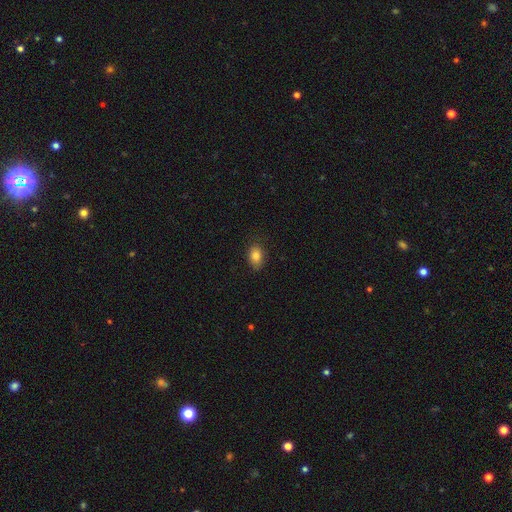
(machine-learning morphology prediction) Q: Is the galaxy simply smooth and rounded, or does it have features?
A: smooth — 84%.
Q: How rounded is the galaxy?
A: in between — 84%.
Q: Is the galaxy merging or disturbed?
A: none — 82%.